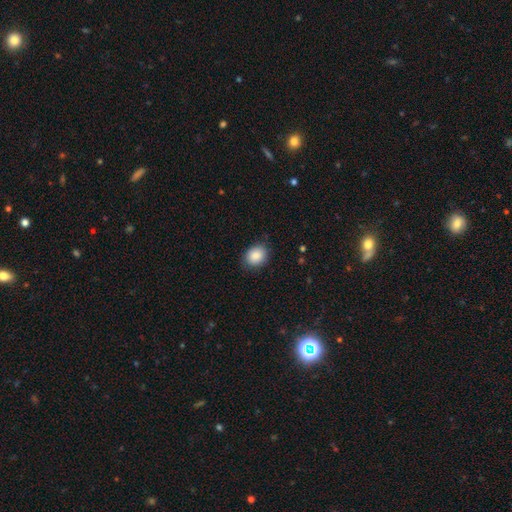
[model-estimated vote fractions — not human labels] A smooth galaxy with no disk features (88%) that is round (50%).

Vote fractions:
- Smooth or featured? smooth: 88% / star or artifact: 8% / featured or disk: 4%
- How rounded? round: 50% / in between: 49% / cigar-shaped: 1%
- Merging? none: 84% / minor disturbance: 12% / major disturbance: 3% / merger: 1%